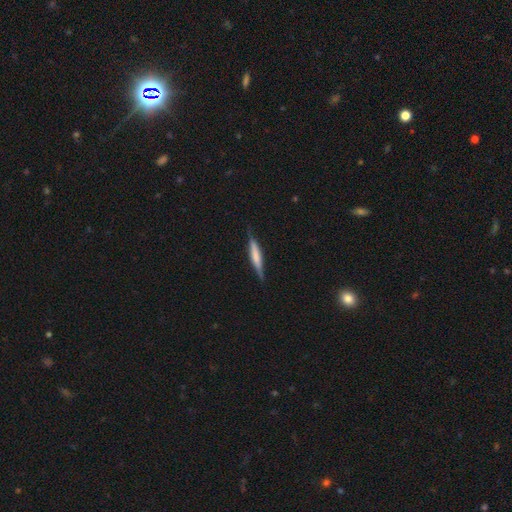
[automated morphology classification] Smooth or featured?
  - smooth: 49% *
  - featured or disk: 45%
  - star or artifact: 6%
Merging?
  - none: 83% *
  - minor disturbance: 13%
  - major disturbance: 2%
  - merger: 1%